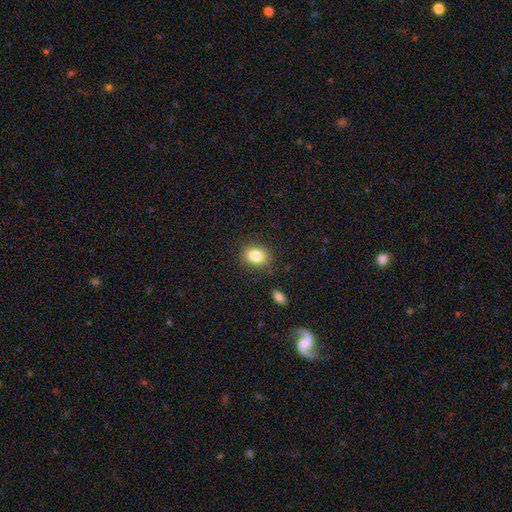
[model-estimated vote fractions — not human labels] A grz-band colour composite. It shows a smooth galaxy with no disk features (83%) that is in between round and cigar-shaped (68%). Merging: none (84%).